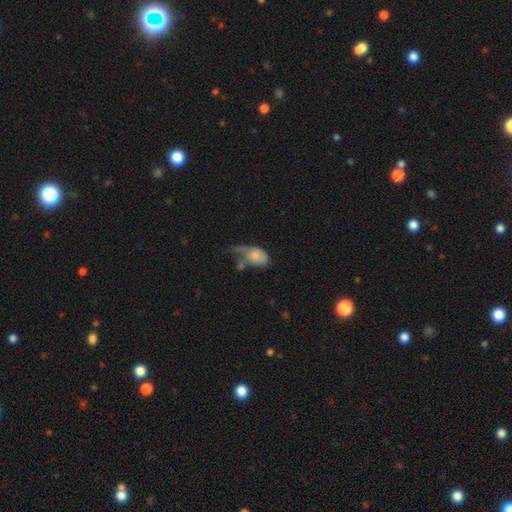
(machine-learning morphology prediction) smooth-or-featured: smooth: 62% | featured or disk: 30% | star or artifact: 7%
  how-rounded: in between: 79% | round: 19% | cigar-shaped: 2%
  merging: major disturbance: 44% | minor disturbance: 21% | merger: 18% | none: 17%